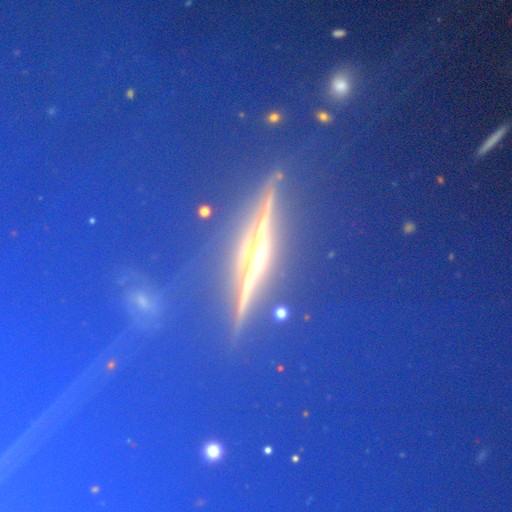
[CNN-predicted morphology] Overall: star or artifact (51%; featured or disk 27%).